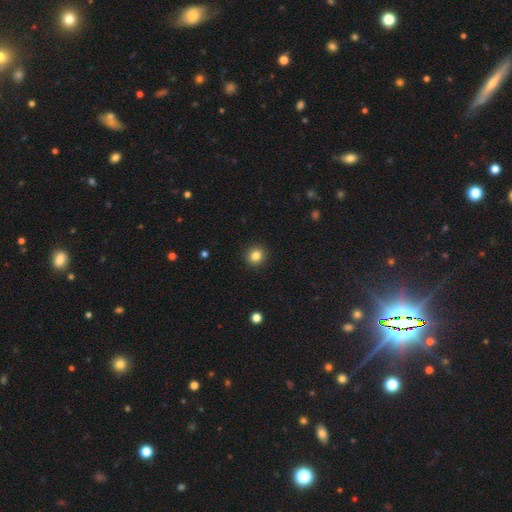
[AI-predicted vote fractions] Smooth or featured? Predicted: smooth (p=0.83). How rounded? Predicted: round (p=0.90). Merging? Predicted: none (p=0.92).